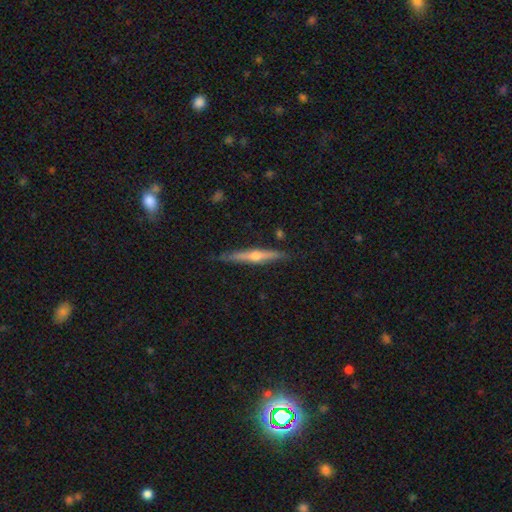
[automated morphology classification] Smooth or featured?
  - featured or disk: 72% *
  - smooth: 23%
  - star or artifact: 6%
Edge-on disk?
  - yes: 97% *
  - no: 3%
Edge-on bulge?
  - rounded: 90% *
  - none: 7%
  - boxy: 3%
Merging?
  - none: 87% *
  - minor disturbance: 10%
  - major disturbance: 2%
  - merger: 1%